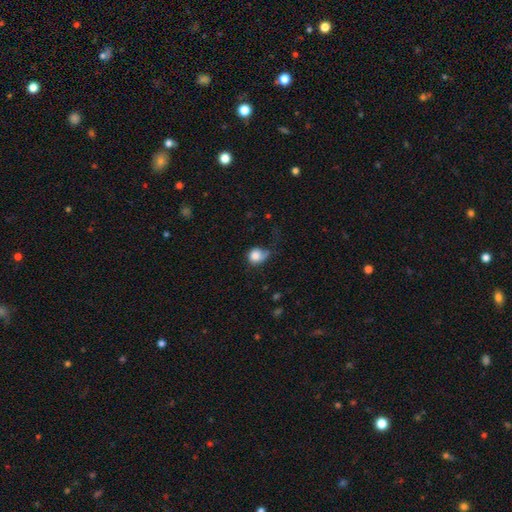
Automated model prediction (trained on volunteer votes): A smooth galaxy with no disk features (75%) that is round (68%).

Vote fractions:
- Smooth or featured? smooth: 75% / featured or disk: 17% / star or artifact: 8%
- How rounded? round: 68% / in between: 31% / cigar-shaped: 1%
- Merging? major disturbance: 33% / none: 32% / minor disturbance: 32% / merger: 3%